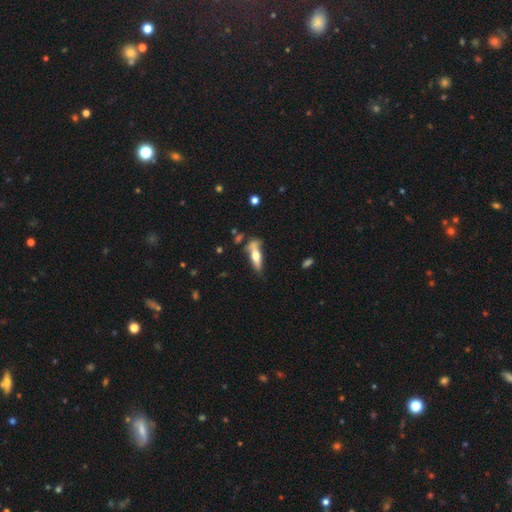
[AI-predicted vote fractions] The model was most divided on "smooth or featured": smooth: 50%, featured or disk: 43%, star or artifact: 6%. More confident: how rounded — cigar-shaped (61%); merging — none (53%).